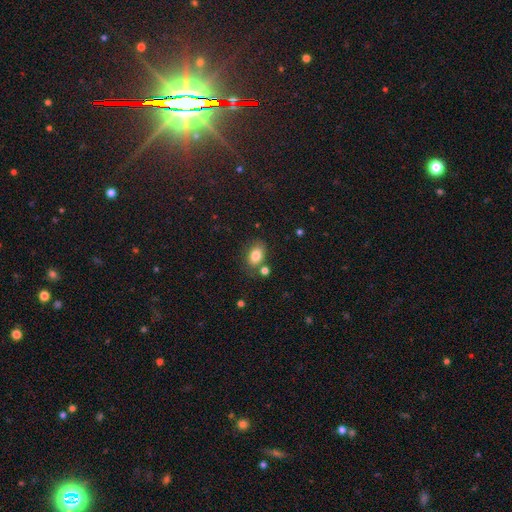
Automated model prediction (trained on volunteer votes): smooth-or-featured: smooth: 82% | star or artifact: 10% | featured or disk: 8%
  how-rounded: in between: 80% | round: 19% | cigar-shaped: 1%
  merging: none: 71% | minor disturbance: 14% | merger: 10% | major disturbance: 4%